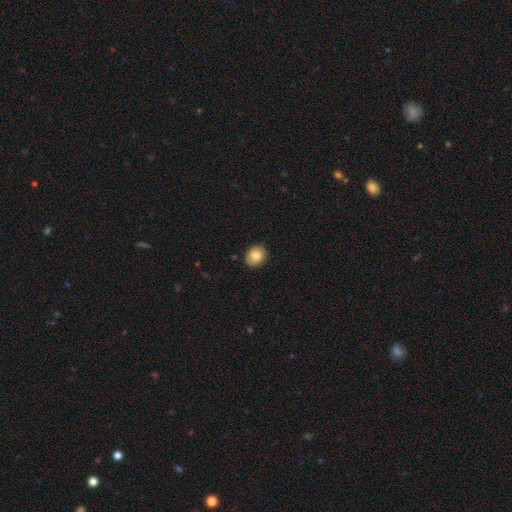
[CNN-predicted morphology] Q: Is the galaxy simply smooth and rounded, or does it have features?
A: smooth — 83%.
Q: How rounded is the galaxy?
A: round — 51%.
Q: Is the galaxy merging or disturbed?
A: none — 88%.